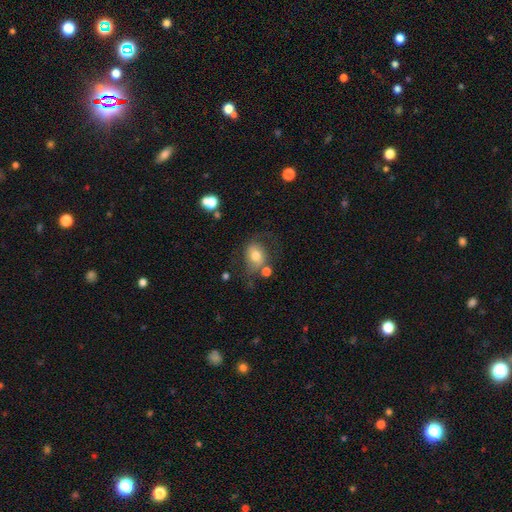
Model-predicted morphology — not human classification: A smooth galaxy with no disk features (63%) that is in between round and cigar-shaped (53%).

Vote fractions:
- Smooth or featured? smooth: 63% / featured or disk: 27% / star or artifact: 10%
- How rounded? in between: 53% / round: 46% / cigar-shaped: 1%
- Merging? none: 51% / minor disturbance: 22% / major disturbance: 16% / merger: 11%